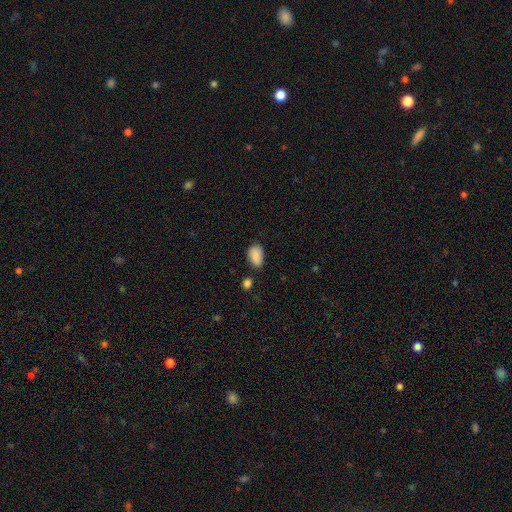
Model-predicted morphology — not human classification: smooth-or-featured: smooth: 88% | star or artifact: 8% | featured or disk: 5%
  how-rounded: in between: 90% | round: 9% | cigar-shaped: 1%
  merging: none: 68% | minor disturbance: 23% | merger: 5% | major disturbance: 5%